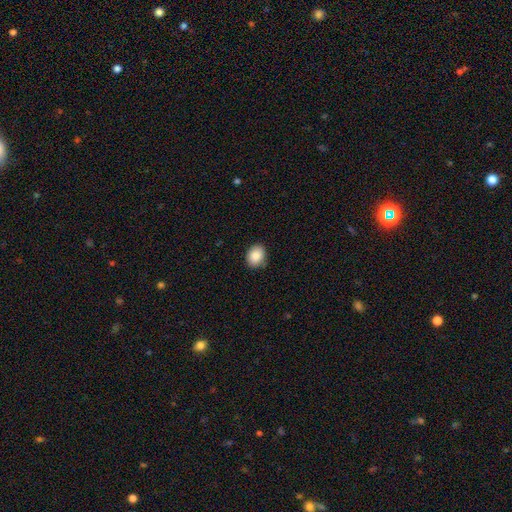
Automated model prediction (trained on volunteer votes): Smooth or featured: smooth — 87% (star or artifact — 8%)
How rounded: in between — 52% (round — 47%)
Merging: none — 85% (minor disturbance — 11%)